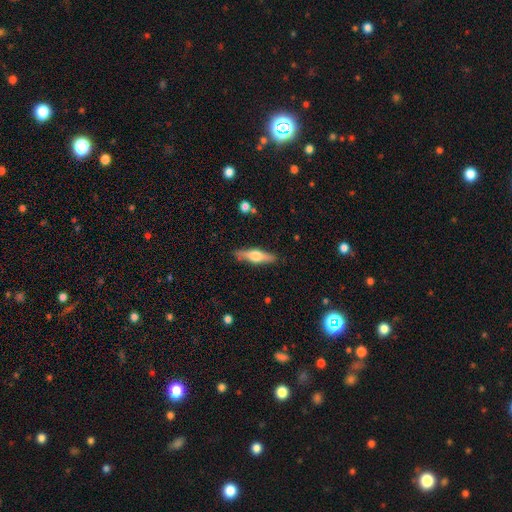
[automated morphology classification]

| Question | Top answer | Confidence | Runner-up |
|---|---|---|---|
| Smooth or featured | featured or disk | 56% | smooth (38%) |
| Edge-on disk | yes | 94% | no (6%) |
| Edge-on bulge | rounded | 93% | boxy (5%) |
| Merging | none | 87% | minor disturbance (9%) |